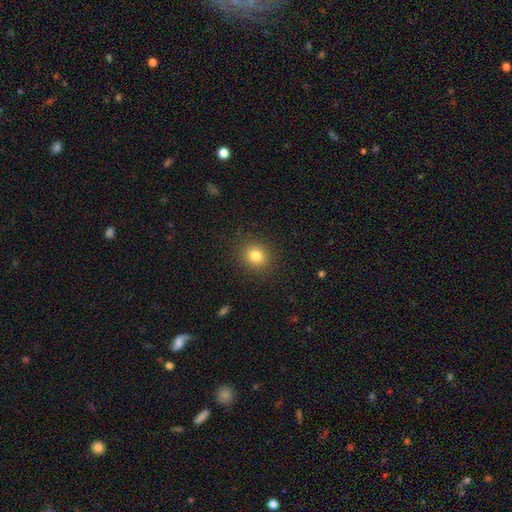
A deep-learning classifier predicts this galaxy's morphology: smooth_or_featured: smooth (p=0.81) [alt: star or artifact p=0.12]
how_rounded: round (p=0.81) [alt: in between p=0.18]
merging: none (p=0.89) [alt: minor disturbance p=0.07]